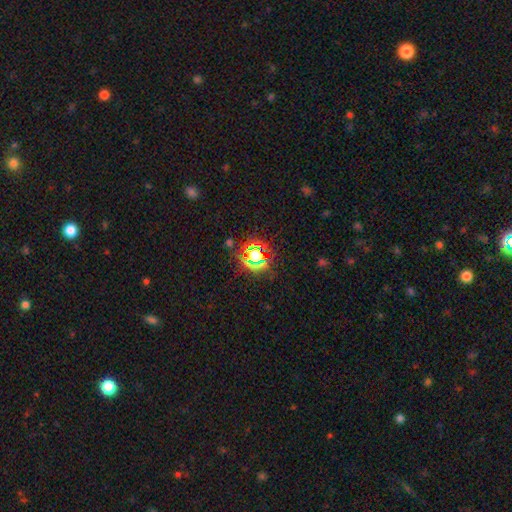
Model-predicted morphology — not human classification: Smooth or featured? star or artifact (64%)